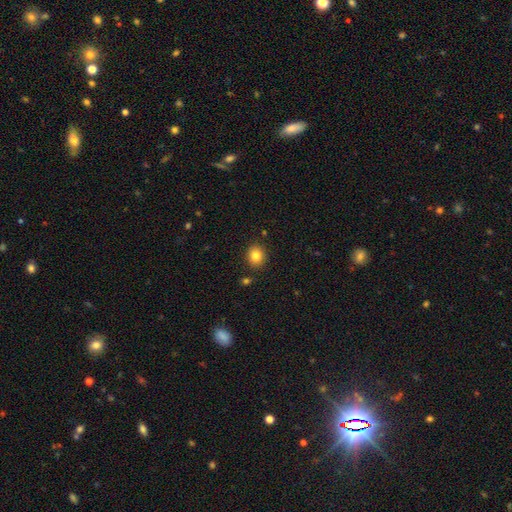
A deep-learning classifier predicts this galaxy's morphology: Overall: smooth (83%). How rounded: round (69%; in between 30%). Merging: none (88%).